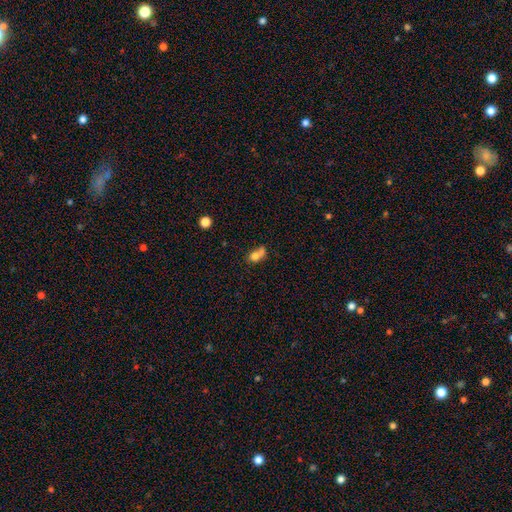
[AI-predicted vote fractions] smooth-or-featured: smooth: 72% | featured or disk: 17% | star or artifact: 11%
  how-rounded: round: 49% (tied) | in between: 49% (tied) | cigar-shaped: 2%
  merging: merger: 61% | none: 25% | minor disturbance: 9% | major disturbance: 5%